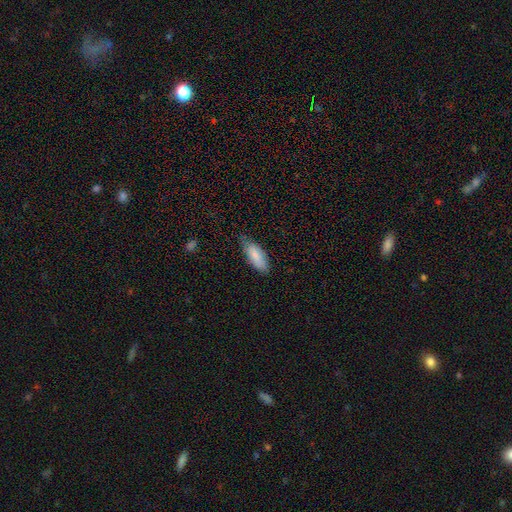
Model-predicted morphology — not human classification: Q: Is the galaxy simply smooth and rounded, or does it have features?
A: smooth — 83%.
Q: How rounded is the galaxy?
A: in between — 76%.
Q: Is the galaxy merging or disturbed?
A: none — 68%.